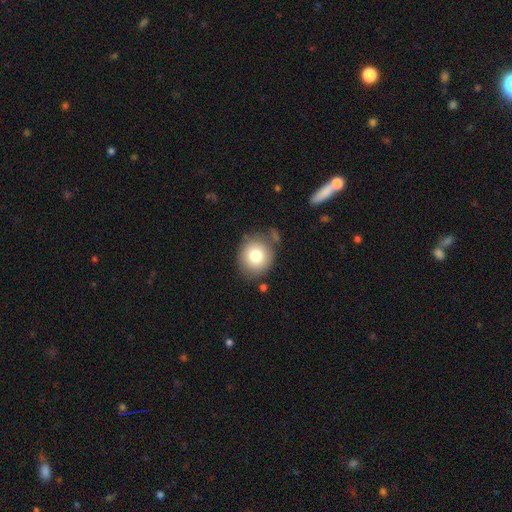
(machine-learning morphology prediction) Smooth or featured? Predicted: smooth (p=0.79). How rounded? Predicted: round (p=0.86). Merging? Predicted: none (p=0.76).